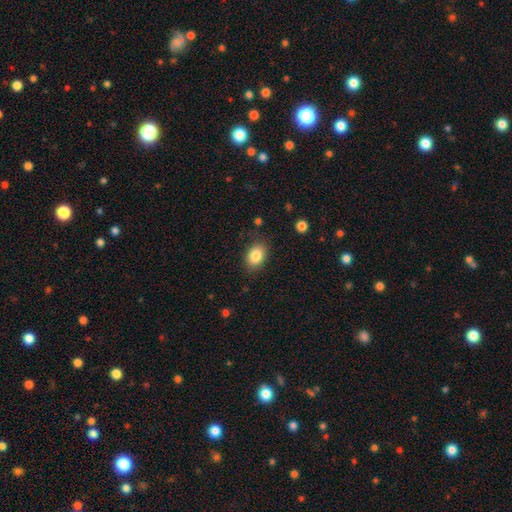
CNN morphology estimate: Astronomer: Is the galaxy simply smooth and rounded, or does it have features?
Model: smooth — 85%.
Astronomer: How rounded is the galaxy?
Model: in between — 77%.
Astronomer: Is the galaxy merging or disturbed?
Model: none — 82%.